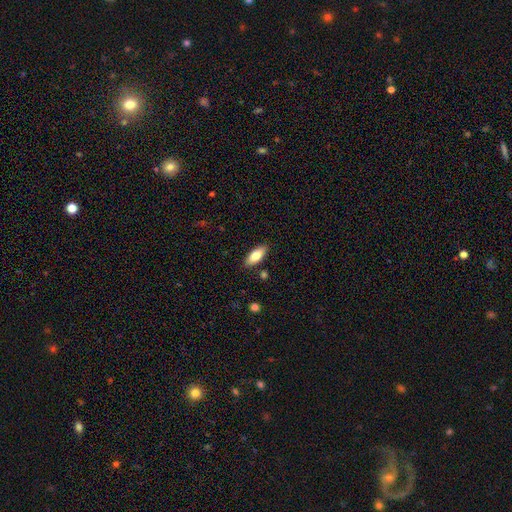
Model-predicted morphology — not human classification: smooth 79%, featured or disk 15%, star or artifact 6%. Down the decision tree: how rounded — in between (81%); merging — none (87%).